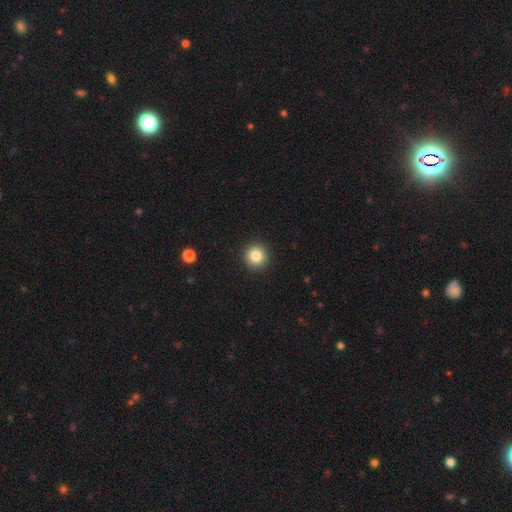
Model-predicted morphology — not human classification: Smooth or featured?
  - smooth: 82% *
  - star or artifact: 11%
  - featured or disk: 7%
How rounded?
  - round: 95% *
  - in between: 4%
  - cigar-shaped: 1%
Merging?
  - none: 93% *
  - minor disturbance: 4%
  - major disturbance: 2%
  - merger: 1%